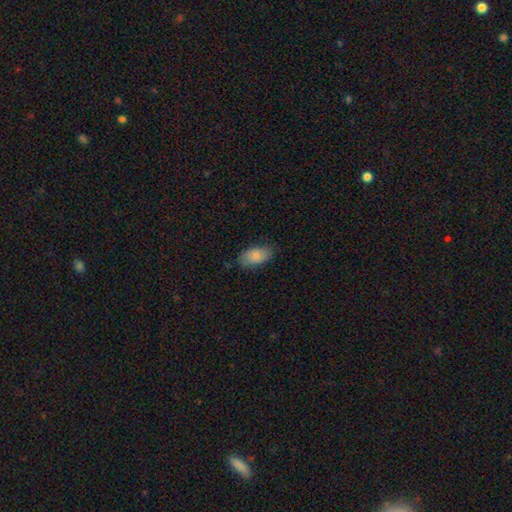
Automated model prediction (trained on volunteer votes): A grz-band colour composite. It shows a smooth galaxy with no disk features (86%) that is in between round and cigar-shaped (94%). Merging: none (78%).